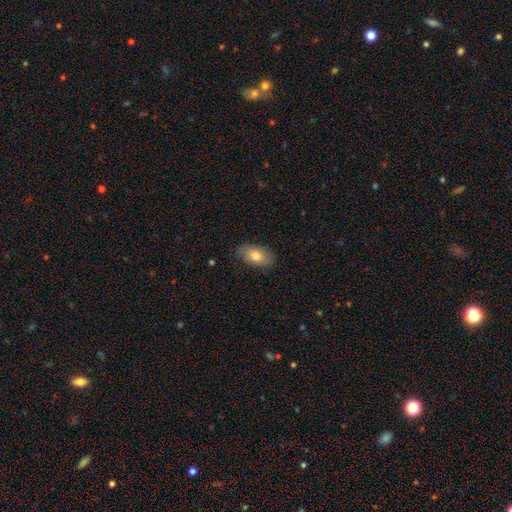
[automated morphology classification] Smooth or featured: smooth — 78% (featured or disk — 15%)
How rounded: in between — 92% (round — 6%)
Merging: none — 83% (minor disturbance — 14%)